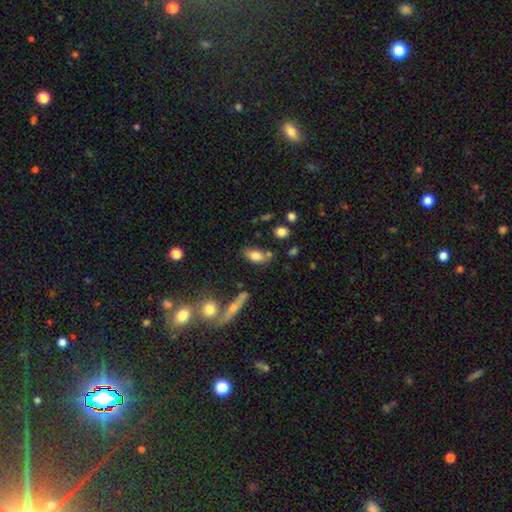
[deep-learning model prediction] Smooth or featured? smooth (79%)
How rounded? in between (88%)
Merging? none (65%)